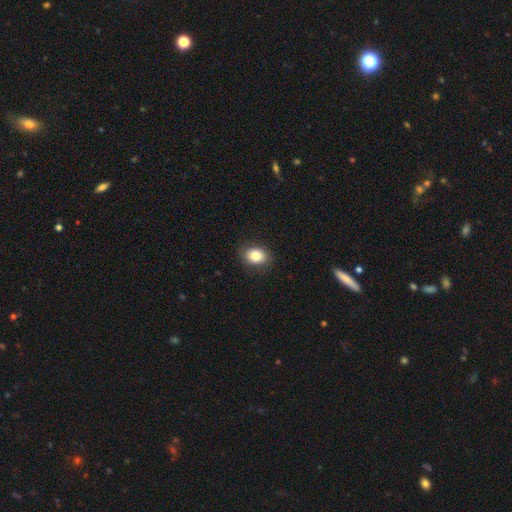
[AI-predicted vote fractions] This is clearly a smooth galaxy (82%). How rounded: likely in between (62%). Merging: clearly none (87%).